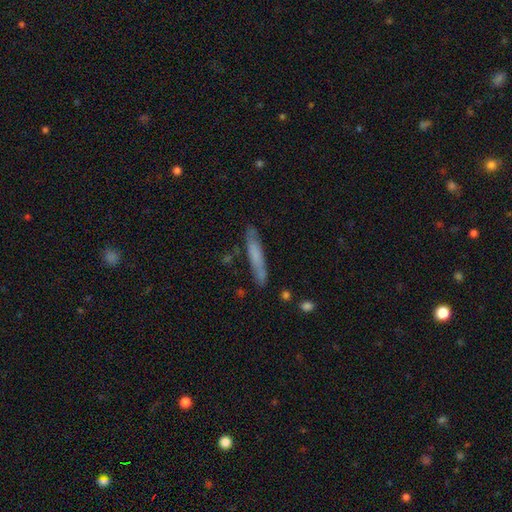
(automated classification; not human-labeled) A smooth galaxy with no disk features (60%) that is cigar-shaped (93%).

Vote fractions:
- Smooth or featured? smooth: 60% / featured or disk: 33% / star or artifact: 7%
- How rounded? cigar-shaped: 93% / in between: 6% / round: 2%
- Merging? none: 81% / minor disturbance: 14% / major disturbance: 3% / merger: 2%